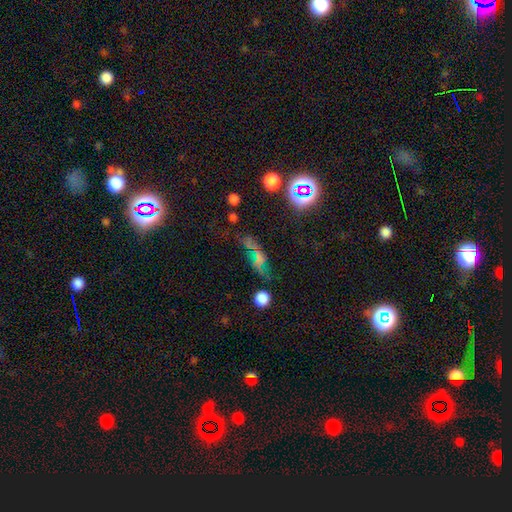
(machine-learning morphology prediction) featured or disk 42%, smooth 31%, star or artifact 27%. Down the decision tree: merging — none (45%).